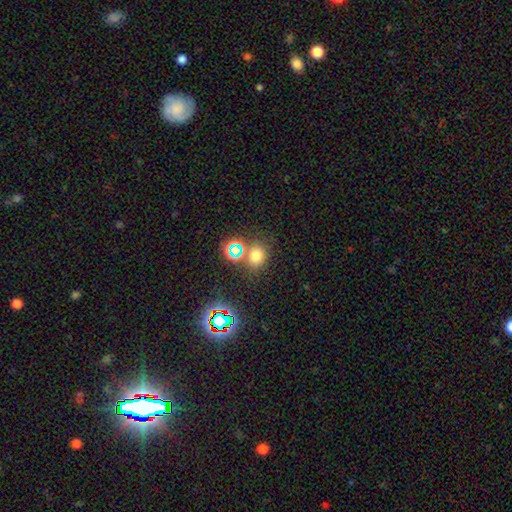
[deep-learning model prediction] This appears to be a smooth galaxy with no disk features (64%) that is round (73%). Merging: none (72%).